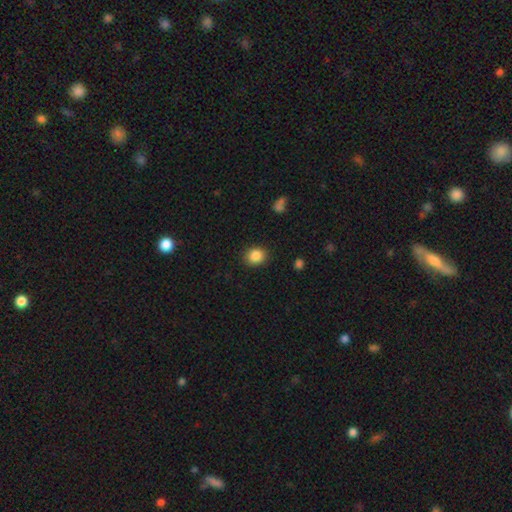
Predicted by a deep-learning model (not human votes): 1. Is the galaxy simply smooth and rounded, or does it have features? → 86% smooth, 9% star or artifact, 4% featured or disk.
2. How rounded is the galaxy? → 73% round, 26% in between, 1% cigar-shaped.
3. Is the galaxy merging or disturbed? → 89% none, 7% minor disturbance, 2% major disturbance, 1% merger.